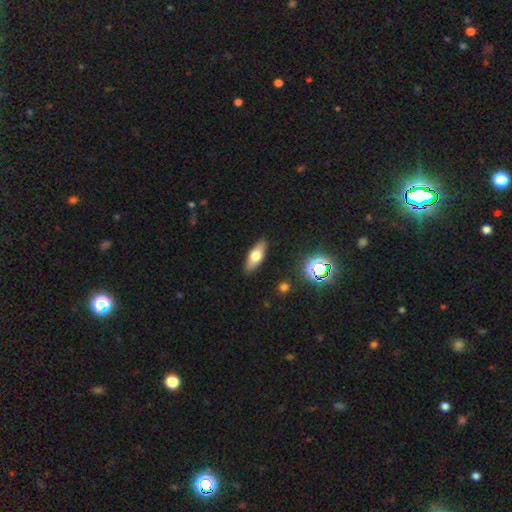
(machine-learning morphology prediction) This is likely a smooth galaxy (62%). How rounded: likely in between (69%). Merging: clearly none (88%).